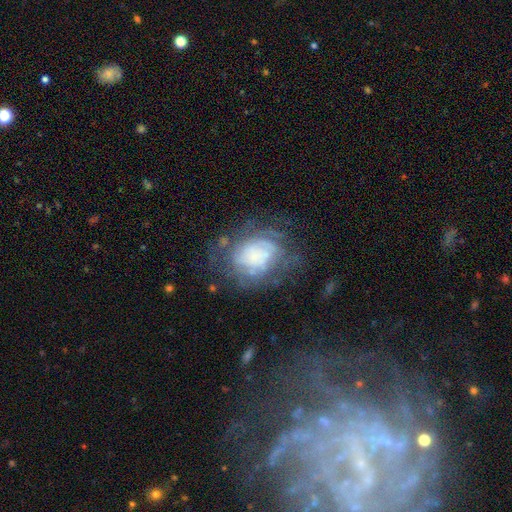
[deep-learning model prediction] featured or disk 61%, smooth 28%, star or artifact 11%. Down the decision tree: edge-on disk — no (97%); bar — no (82%); spiral arms — yes (60%); bulge size — none (29%); merging — none (49%).